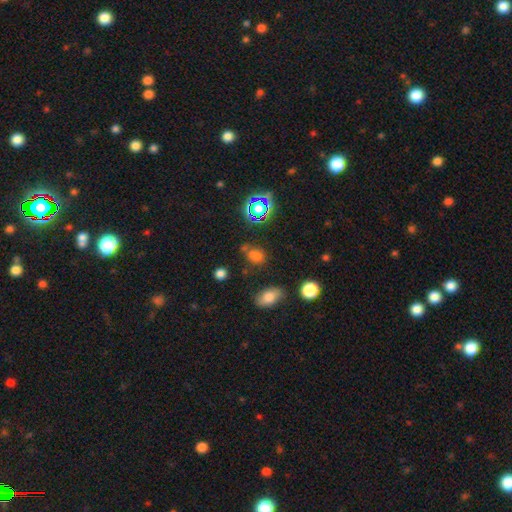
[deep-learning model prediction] smooth-or-featured: smooth: 63% | star or artifact: 28% | featured or disk: 9%
  how-rounded: in between: 57% | round: 41% | cigar-shaped: 3%
  merging: none: 60% | minor disturbance: 18% | merger: 15% | major disturbance: 8%